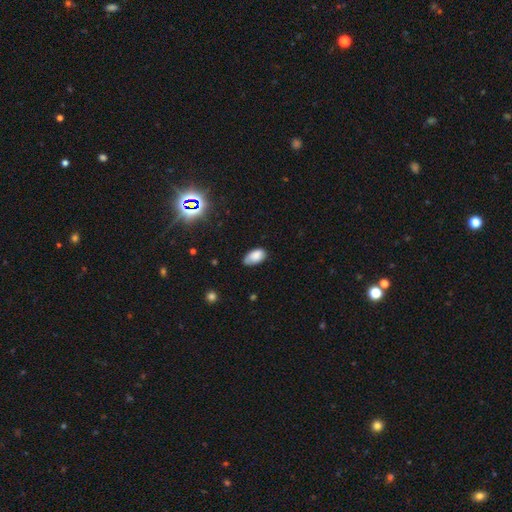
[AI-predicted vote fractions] Overall: smooth (80%). How rounded: in between (93%). Merging: none (58%; minor disturbance 33%).